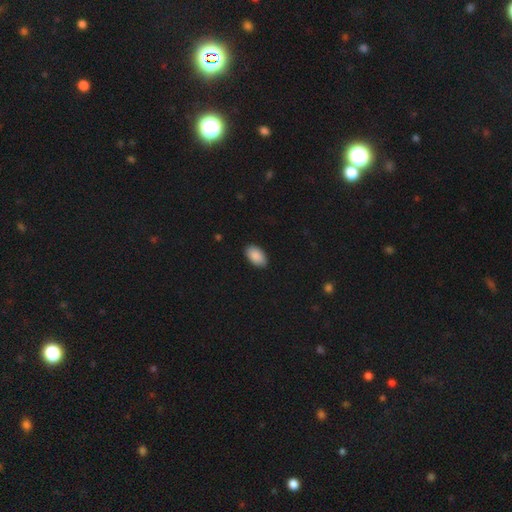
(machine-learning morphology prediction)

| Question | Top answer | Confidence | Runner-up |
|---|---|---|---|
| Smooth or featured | smooth | 90% | star or artifact (6%) |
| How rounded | in between | 95% | round (4%) |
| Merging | none | 89% | minor disturbance (9%) |